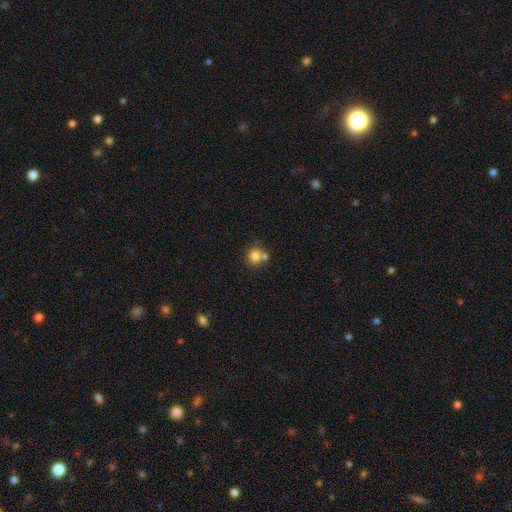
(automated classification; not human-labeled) Morphology: type=smooth (80%); roundness=round (84%); merging=none (55%).